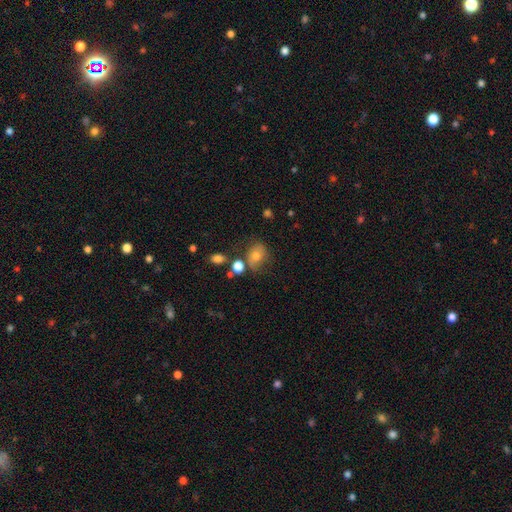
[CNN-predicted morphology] Smooth or featured?
  - smooth: 64% *
  - featured or disk: 21%
  - star or artifact: 15%
How rounded?
  - round: 49% * (tied)
  - in between: 49% * (tied)
  - cigar-shaped: 1%
Merging?
  - none: 58% *
  - minor disturbance: 21%
  - merger: 10%
  - major disturbance: 10%